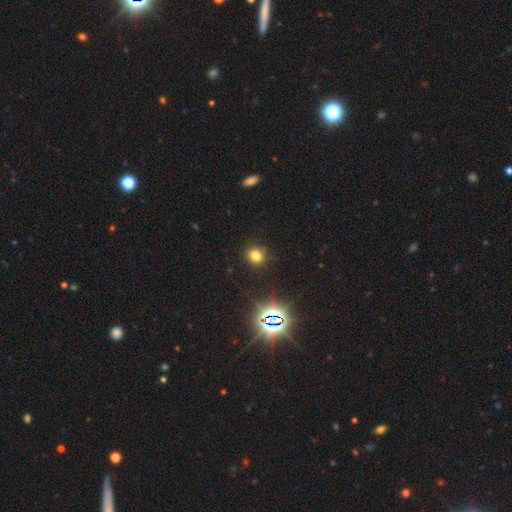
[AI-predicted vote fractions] Q: Smooth or featured?
A: smooth (73%); runner-up: star or artifact (20%)
Q: How rounded?
A: round (82%); runner-up: in between (17%)
Q: Merging?
A: none (88%); runner-up: minor disturbance (8%)